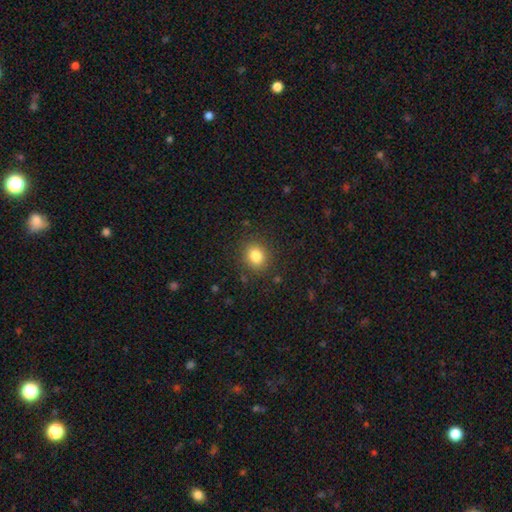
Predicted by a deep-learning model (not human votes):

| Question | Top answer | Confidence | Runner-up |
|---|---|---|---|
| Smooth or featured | smooth | 82% | star or artifact (11%) |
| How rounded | round | 73% | in between (26%) |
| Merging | none | 87% | minor disturbance (8%) |